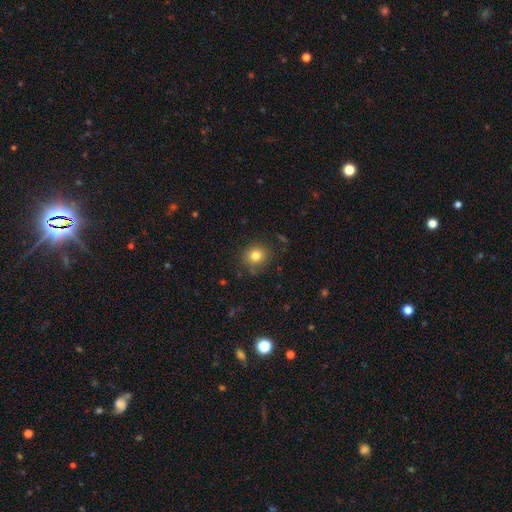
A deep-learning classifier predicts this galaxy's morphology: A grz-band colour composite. It shows a smooth galaxy with no disk features (80%) that is round (88%). Merging: none (85%).